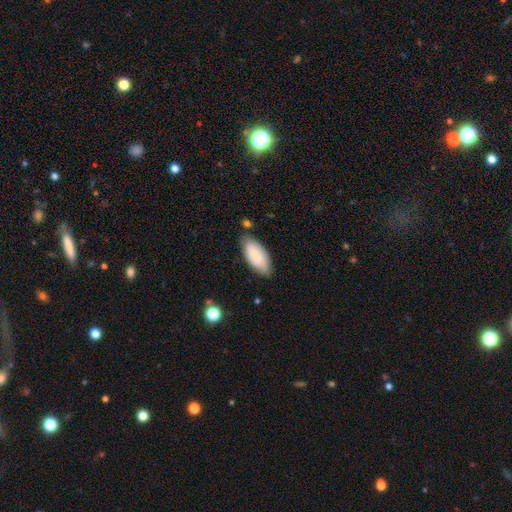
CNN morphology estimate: type=smooth (83%); roundness=in between (88%); merging=none (75%).